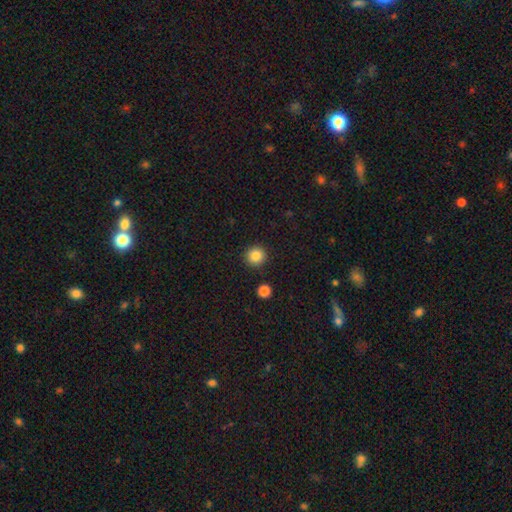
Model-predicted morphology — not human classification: A smooth galaxy with no disk features (85%) that is round (95%).

Vote fractions:
- Smooth or featured? smooth: 85% / star or artifact: 10% / featured or disk: 4%
- How rounded? round: 95% / in between: 4% / cigar-shaped: 1%
- Merging? none: 92% / minor disturbance: 5% / merger: 2% / major disturbance: 2%